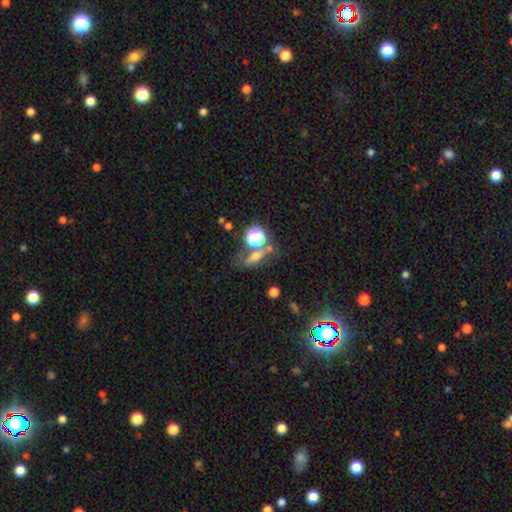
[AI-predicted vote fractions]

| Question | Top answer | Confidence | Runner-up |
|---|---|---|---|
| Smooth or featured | smooth | 52% | star or artifact (25%) |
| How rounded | in between | 49% | round (30%) |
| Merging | none | 52% | merger (19%) |